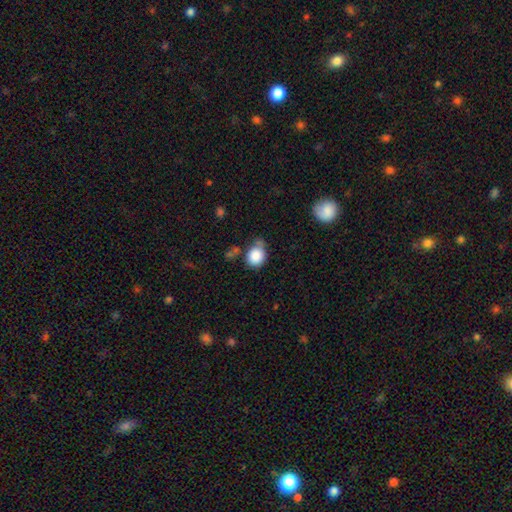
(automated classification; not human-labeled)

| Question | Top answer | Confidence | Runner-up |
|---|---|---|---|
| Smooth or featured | smooth | 85% | star or artifact (9%) |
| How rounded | round | 68% | in between (31%) |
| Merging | none | 49% | minor disturbance (30%) |